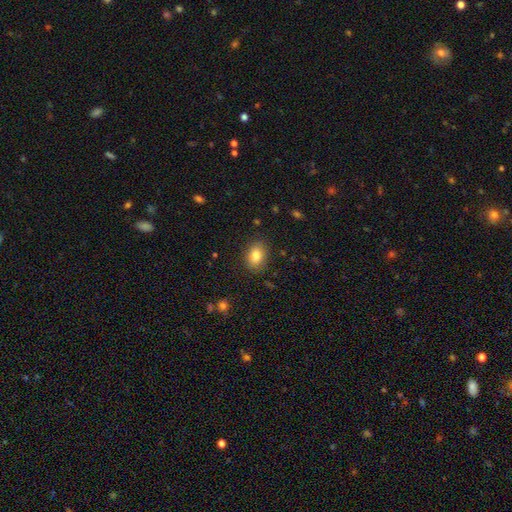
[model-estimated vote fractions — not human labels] This is clearly a smooth galaxy (84%). How rounded: likely in between (76%). Merging: clearly none (86%).